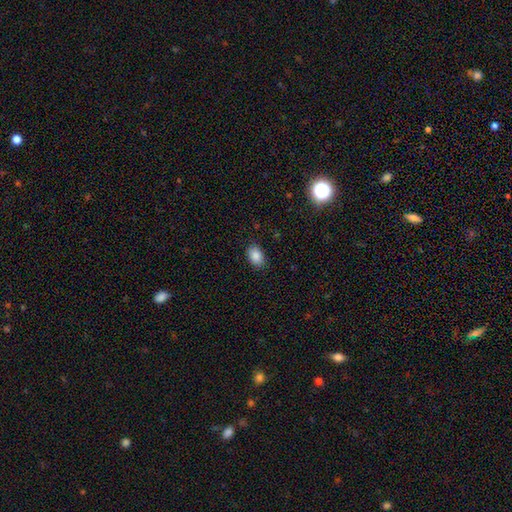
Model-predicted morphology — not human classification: Smooth or featured? smooth (88%)
How rounded? in between (85%)
Merging? none (85%)